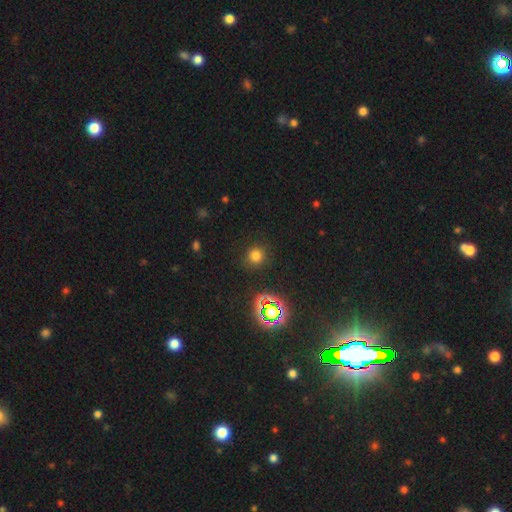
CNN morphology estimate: smooth_or_featured: smooth (p=0.72) [alt: star or artifact p=0.23]
how_rounded: round (p=0.91) [alt: in between p=0.08]
merging: none (p=0.88) [alt: minor disturbance p=0.08]